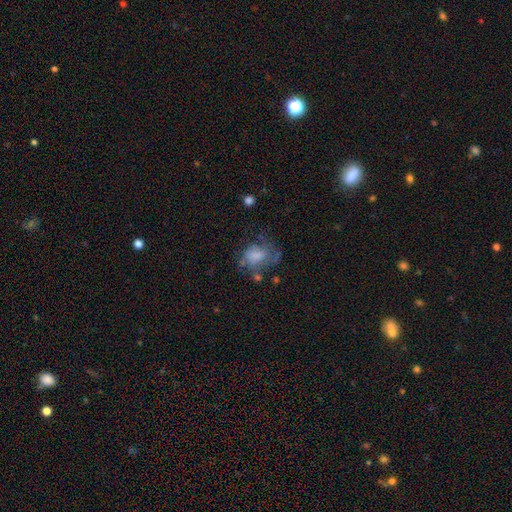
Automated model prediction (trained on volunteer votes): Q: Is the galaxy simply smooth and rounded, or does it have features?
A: smooth — 50%.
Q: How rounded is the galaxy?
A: in between — 62%.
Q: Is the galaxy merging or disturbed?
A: major disturbance — 35%.